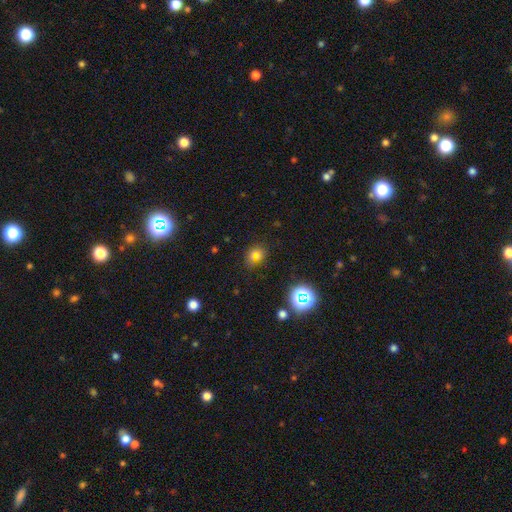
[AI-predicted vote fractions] A smooth galaxy with no disk features (46%).

Vote fractions:
- Smooth or featured? smooth: 46% / star or artifact: 40% / featured or disk: 14%
- Merging? none: 64% / minor disturbance: 15% / merger: 13% / major disturbance: 8%